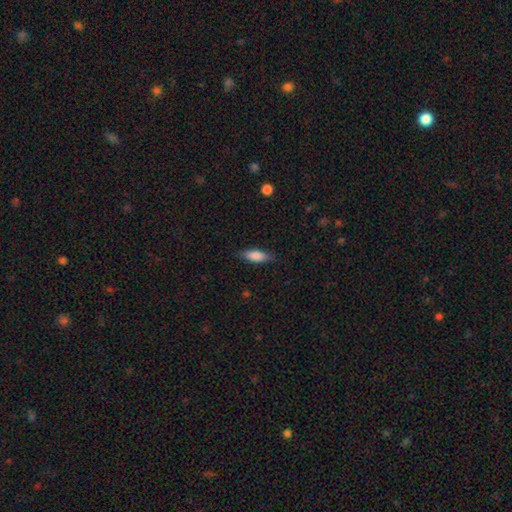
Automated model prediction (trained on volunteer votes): smooth 83%, featured or disk 11%, star or artifact 6%. Down the decision tree: how rounded — in between (66%); merging — none (82%).